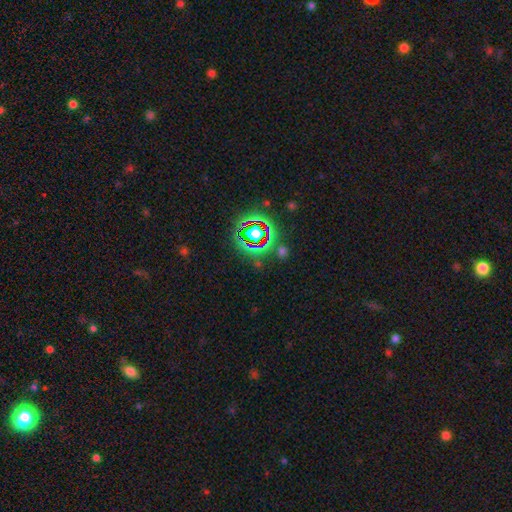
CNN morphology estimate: Q: Smooth or featured?
A: star or artifact (76%); runner-up: smooth (13%)